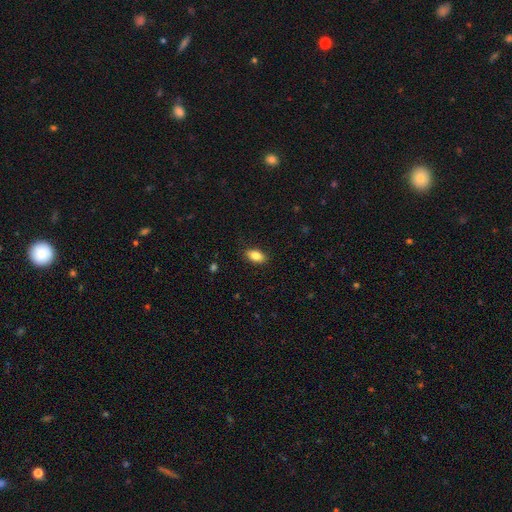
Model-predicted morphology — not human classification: This is clearly a smooth galaxy (85%). How rounded: clearly in between (90%). Merging: clearly none (87%).